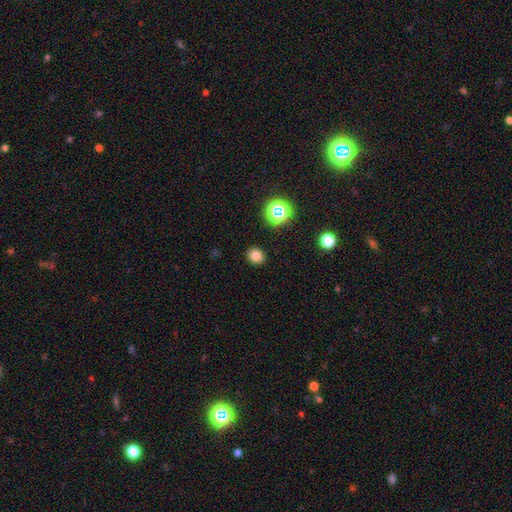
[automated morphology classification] Smooth or featured?
  - smooth: 78% *
  - star or artifact: 16%
  - featured or disk: 6%
How rounded?
  - round: 75% *
  - in between: 24%
  - cigar-shaped: 1%
Merging?
  - none: 90% *
  - minor disturbance: 6%
  - major disturbance: 2%
  - merger: 1%